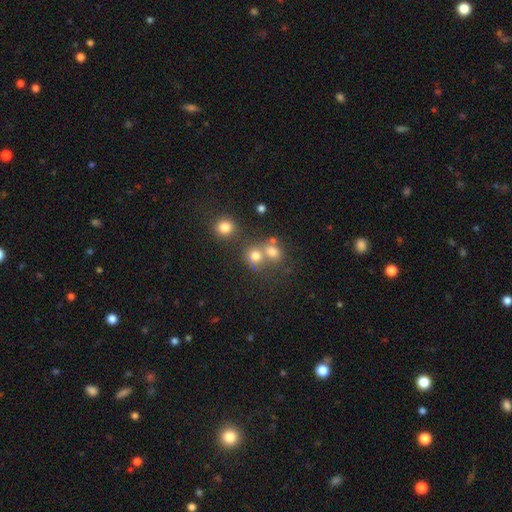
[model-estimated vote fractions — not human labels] A smooth galaxy with no disk features (74%) that is round (75%). Merging: merger (44%).